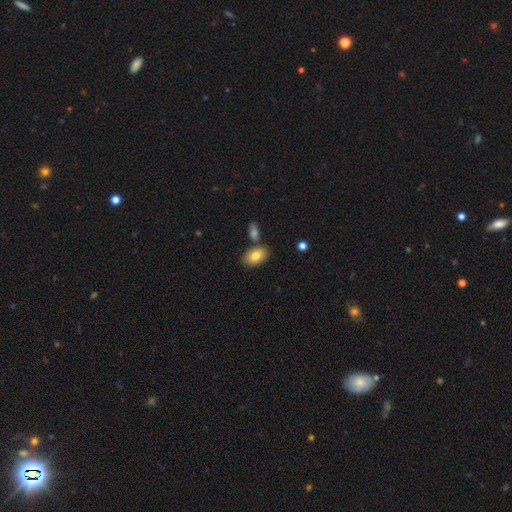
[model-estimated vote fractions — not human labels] This appears to be a smooth galaxy with no disk features (82%) that is in between round and cigar-shaped (91%). Merging: none (74%).